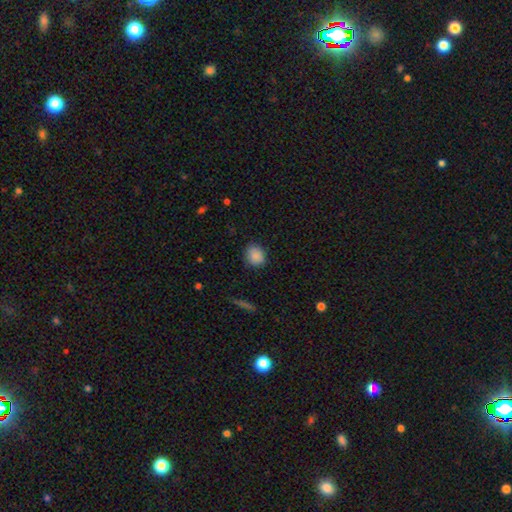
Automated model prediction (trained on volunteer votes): smooth_or_featured: smooth (p=0.88) [alt: star or artifact p=0.08]
how_rounded: round (p=0.66) [alt: in between p=0.33]
merging: none (p=0.82) [alt: minor disturbance p=0.14]